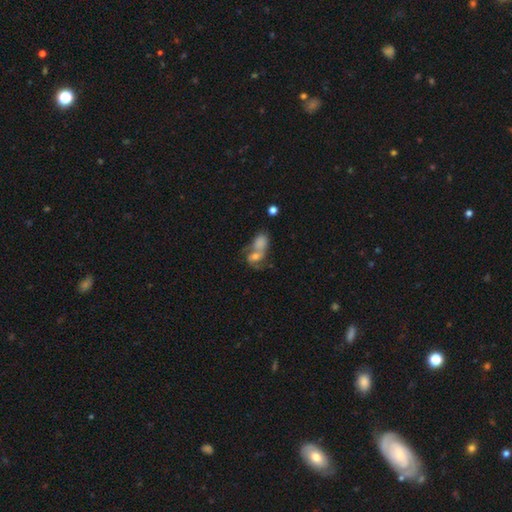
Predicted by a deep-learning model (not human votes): smooth_or_featured: featured or disk (p=0.43) [alt: smooth p=0.41]
merging: merger (p=0.64) [alt: none p=0.20]